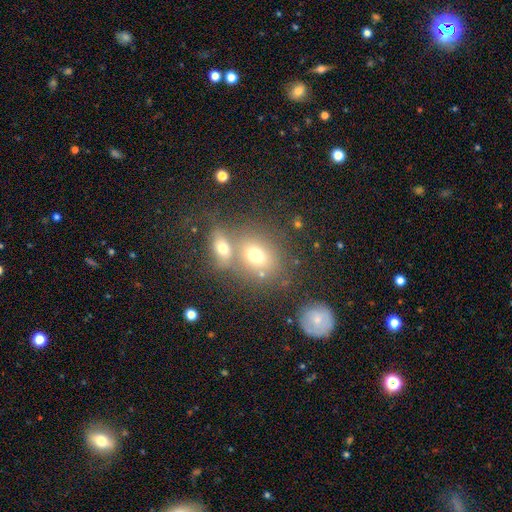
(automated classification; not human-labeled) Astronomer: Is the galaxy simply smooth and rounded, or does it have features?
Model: smooth — 69%.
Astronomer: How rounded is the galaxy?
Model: in between — 53% (runner-up: round, 45%).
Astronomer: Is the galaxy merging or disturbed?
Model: none — 44% (runner-up: merger, 41%).